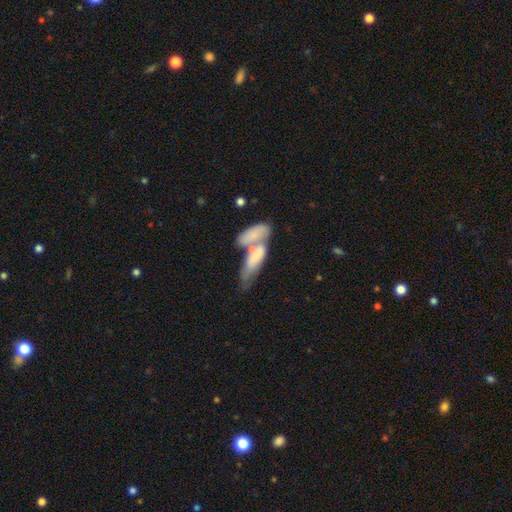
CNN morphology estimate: Smooth or featured: smooth — 59% (featured or disk — 34%)
How rounded: in between — 60% (cigar-shaped — 37%)
Merging: merger — 65% (none — 18%)